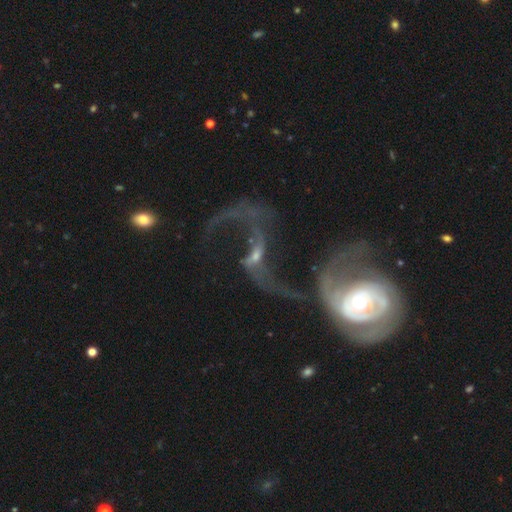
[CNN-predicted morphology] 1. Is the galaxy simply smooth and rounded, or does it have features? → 83% featured or disk, 9% star or artifact, 8% smooth.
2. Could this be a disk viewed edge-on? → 95% no, 5% yes.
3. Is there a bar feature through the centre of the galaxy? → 40% weak, 32% no, 28% strong.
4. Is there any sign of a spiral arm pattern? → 87% yes, 13% no.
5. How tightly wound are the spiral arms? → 88% loose, 9% medium, 3% tight.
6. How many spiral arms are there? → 88% 2, 5% 1, 3% can't tell, 1% 3, 1% 4, 1% more than 4.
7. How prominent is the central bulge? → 50% small, 34% moderate, 9% none, 4% large, 2% dominant.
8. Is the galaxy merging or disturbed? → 31% none, 30% major disturbance, 27% merger, 12% minor disturbance.